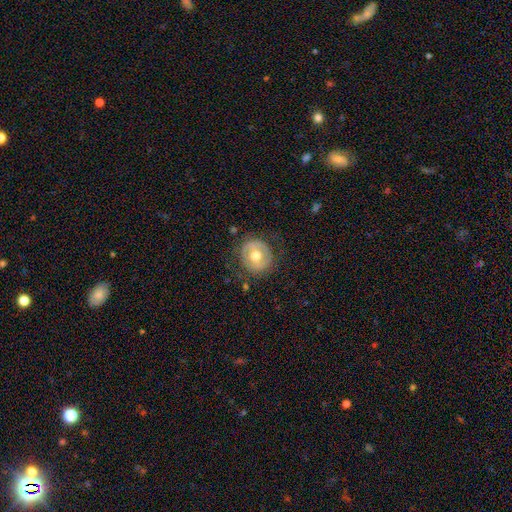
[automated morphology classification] type=featured or disk (47%); merging=none (78%).